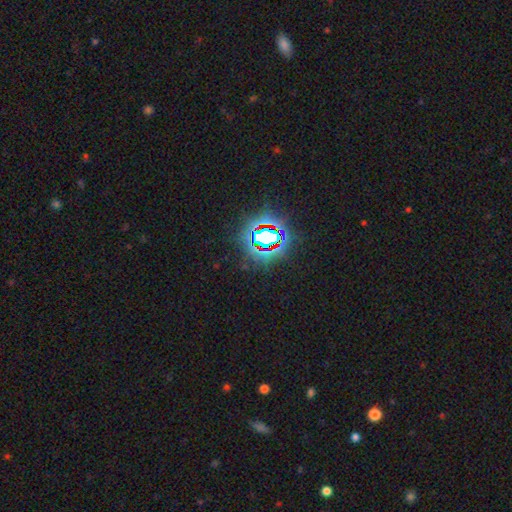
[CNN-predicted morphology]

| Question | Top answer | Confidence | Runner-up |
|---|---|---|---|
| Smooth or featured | star or artifact | 82% | smooth (11%) |